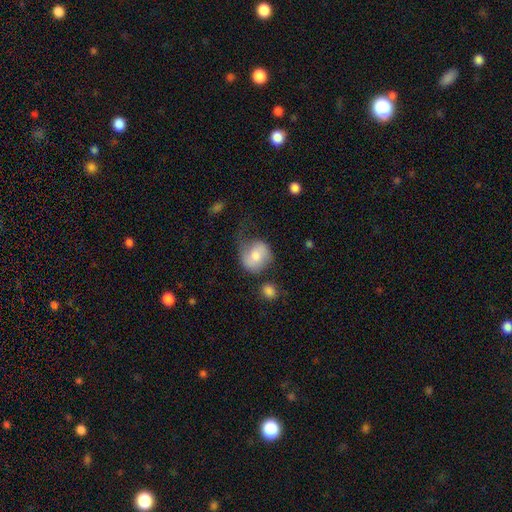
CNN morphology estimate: type=smooth (58%); roundness=round (68%); merging=none (39%).